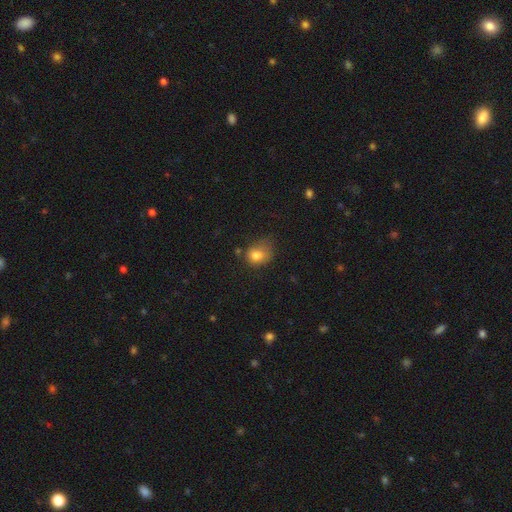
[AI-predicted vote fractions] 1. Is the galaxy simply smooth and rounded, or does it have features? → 78% smooth, 11% star or artifact, 10% featured or disk.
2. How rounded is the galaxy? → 51% round, 47% in between, 1% cigar-shaped.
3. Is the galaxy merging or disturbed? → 36% none (tied), 36% minor disturbance (tied), 22% major disturbance, 6% merger.